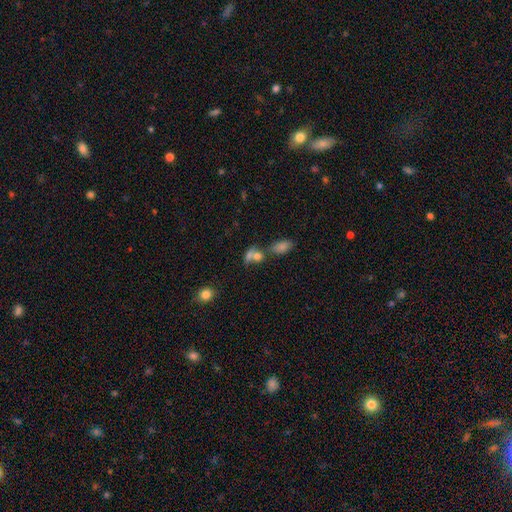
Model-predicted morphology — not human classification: This is likely a smooth galaxy (67%). How rounded: possibly in between (53%). Merging: possibly merger (52%).